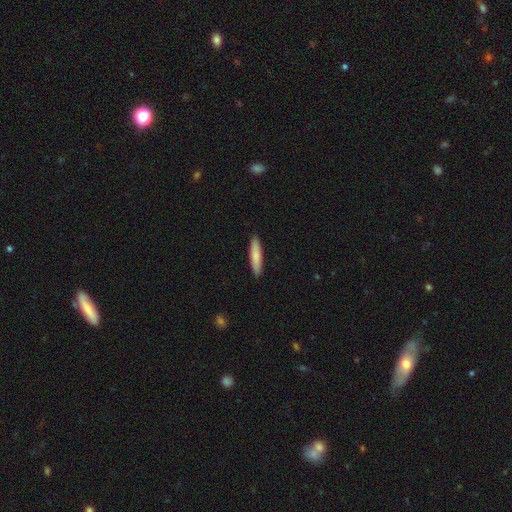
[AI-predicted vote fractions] This is clearly a smooth galaxy (82%). How rounded: clearly cigar-shaped (85%). Merging: clearly none (91%).